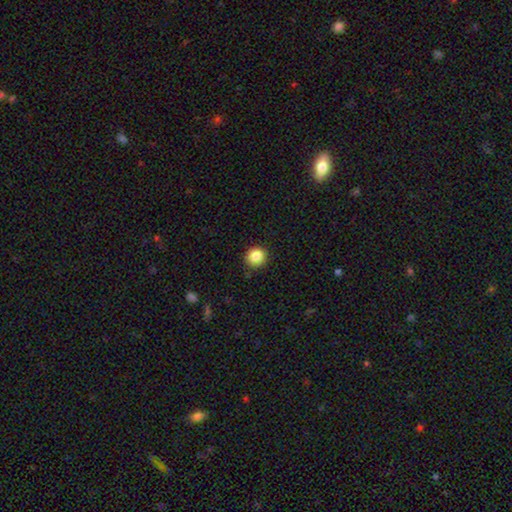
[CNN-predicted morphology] Smooth or featured?
  - smooth: 87% *
  - star or artifact: 10%
  - featured or disk: 4%
How rounded?
  - round: 93% *
  - in between: 6%
  - cigar-shaped: 1%
Merging?
  - none: 89% *
  - minor disturbance: 8%
  - major disturbance: 2%
  - merger: 1%